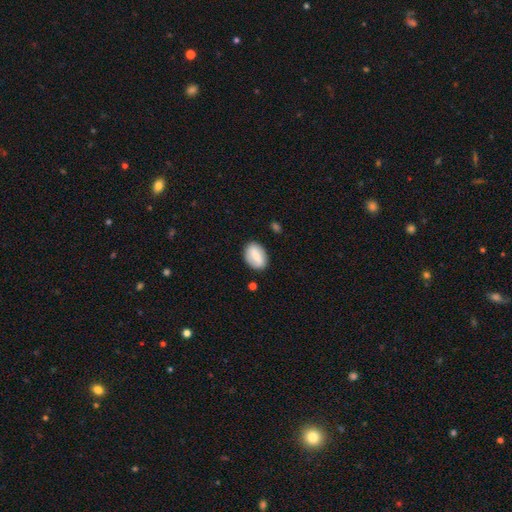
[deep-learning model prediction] Smooth or featured?
  - smooth: 64% *
  - featured or disk: 29%
  - star or artifact: 7%
How rounded?
  - in between: 84% *
  - round: 13%
  - cigar-shaped: 2%
Merging?
  - none: 84% *
  - minor disturbance: 12%
  - major disturbance: 3%
  - merger: 2%